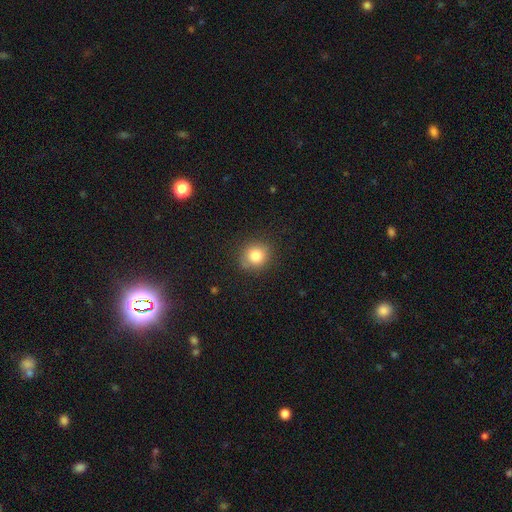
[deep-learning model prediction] Smooth or featured? Predicted: smooth (p=0.82). How rounded? Predicted: round (p=0.80). Merging? Predicted: none (p=0.83).